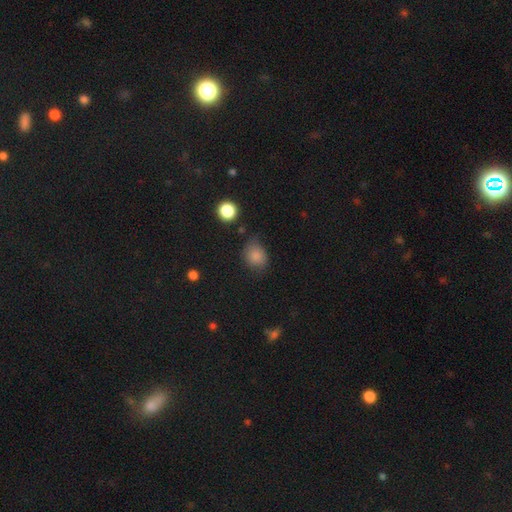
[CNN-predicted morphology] Smooth or featured: smooth — 82% (star or artifact — 11%)
How rounded: round — 55% (in between — 44%)
Merging: none — 63% (minor disturbance — 26%)